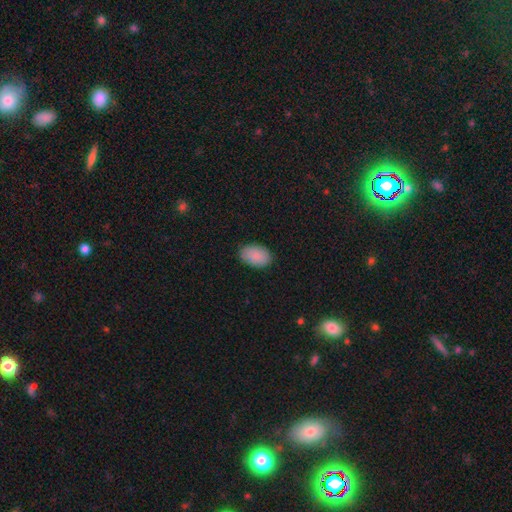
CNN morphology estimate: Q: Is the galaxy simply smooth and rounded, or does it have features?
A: smooth — 89%.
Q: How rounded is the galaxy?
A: in between — 91%.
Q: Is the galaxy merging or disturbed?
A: none — 84%.